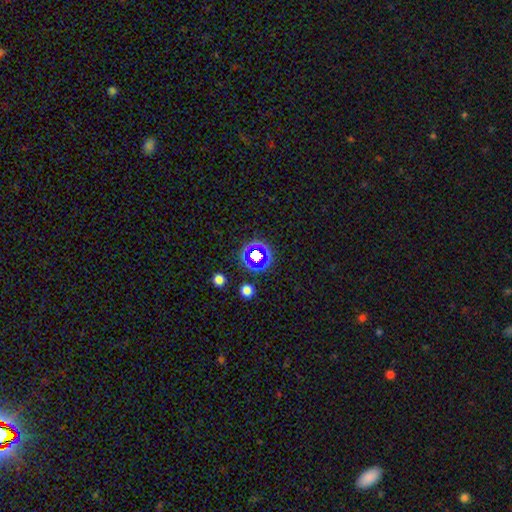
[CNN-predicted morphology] Smooth or featured: star or artifact — 52% (smooth — 36%)